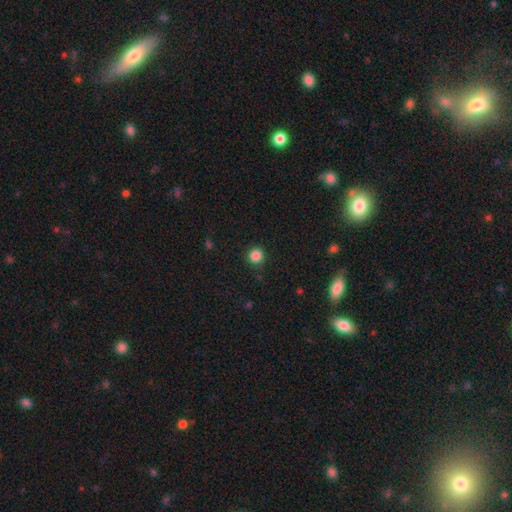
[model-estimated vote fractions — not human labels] Smooth or featured? Predicted: smooth (p=0.85). How rounded? Predicted: round (p=0.94). Merging? Predicted: none (p=0.88).